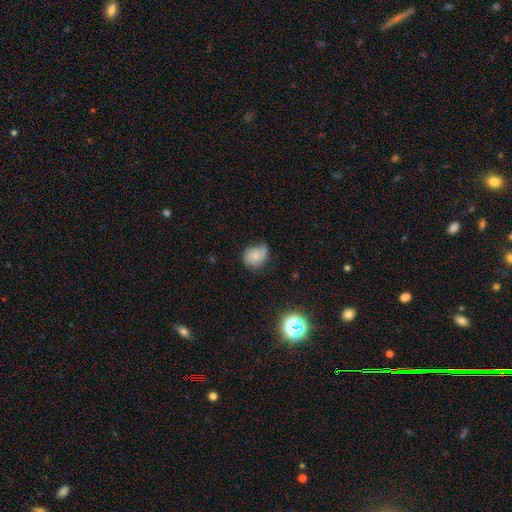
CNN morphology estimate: Smooth or featured? smooth (66%)
How rounded? round (50%)
Merging? none (50%)